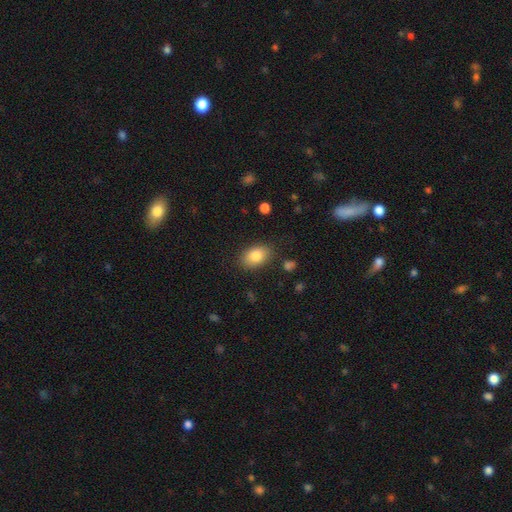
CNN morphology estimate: type=smooth (84%); roundness=in between (87%); merging=none (83%).